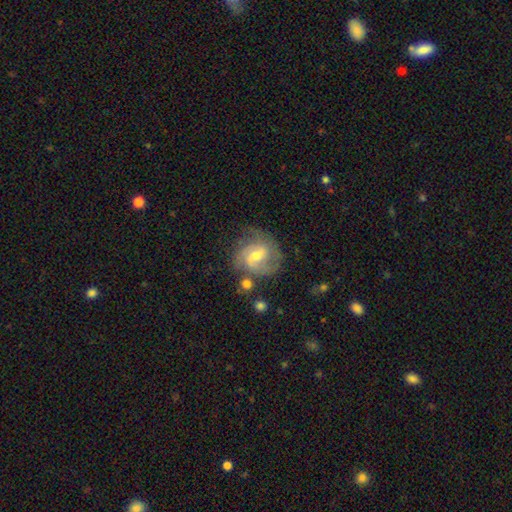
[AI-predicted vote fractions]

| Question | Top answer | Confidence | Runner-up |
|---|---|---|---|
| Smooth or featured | featured or disk | 77% | smooth (16%) |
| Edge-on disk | no | 97% | yes (3%) |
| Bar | weak | 55% | no (30%) |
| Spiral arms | yes | 93% | no (7%) |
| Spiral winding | medium | 47% | tight (36%) |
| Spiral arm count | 2 | 43% | 3 (25%) |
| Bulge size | moderate | 56% | small (39%) |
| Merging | none | 60% | minor disturbance (22%) |